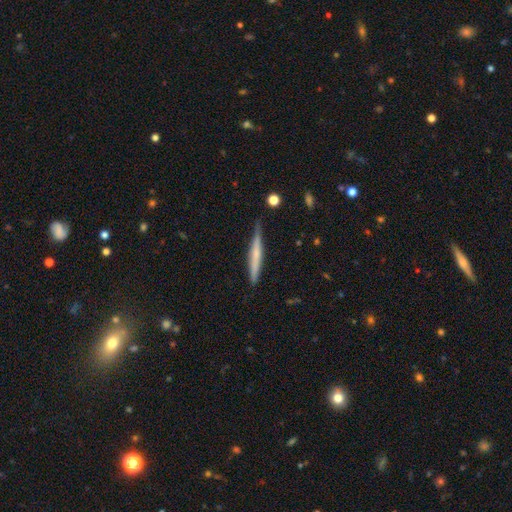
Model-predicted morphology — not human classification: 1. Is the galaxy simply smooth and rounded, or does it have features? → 47% smooth (tied), 47% featured or disk (tied), 6% star or artifact.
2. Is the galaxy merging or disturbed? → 82% none, 15% minor disturbance, 2% major disturbance, 2% merger.